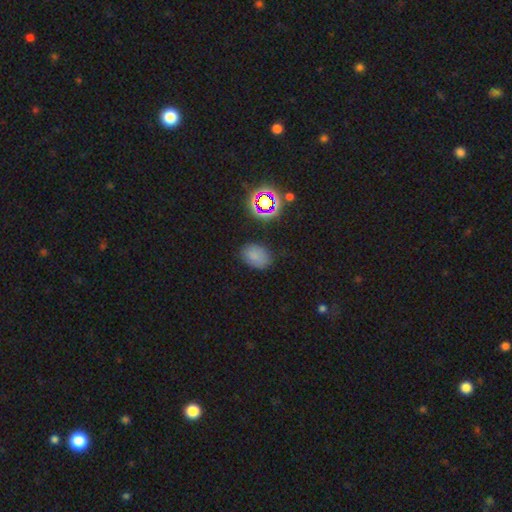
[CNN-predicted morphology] Smooth or featured: smooth — 72% (star or artifact — 19%)
How rounded: in between — 76% (round — 23%)
Merging: none — 78% (minor disturbance — 16%)